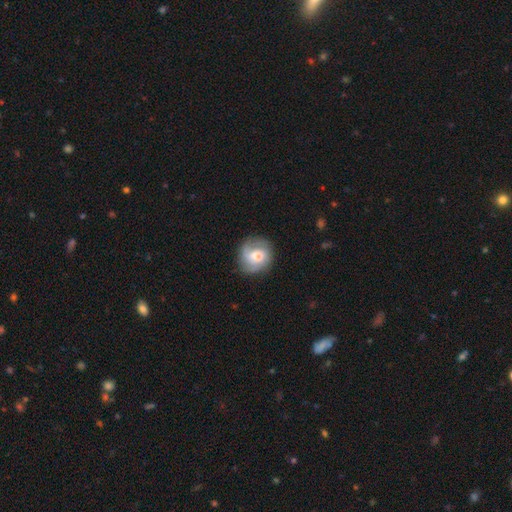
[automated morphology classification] This appears to be a featured or disk galaxy (51%). Merging: none (75%).